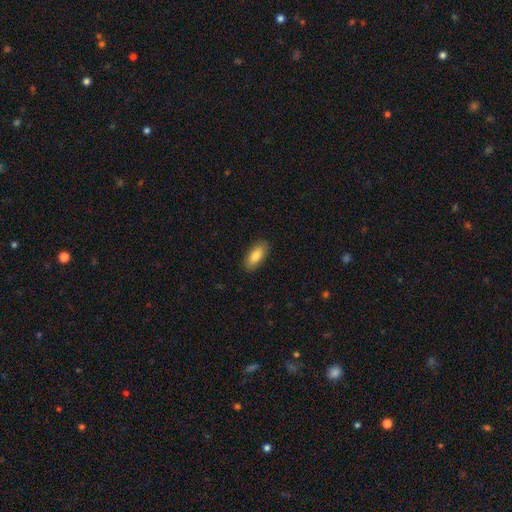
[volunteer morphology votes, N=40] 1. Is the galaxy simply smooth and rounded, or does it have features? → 82% smooth, 12% featured or disk, 5% star or artifact.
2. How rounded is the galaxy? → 79% in between, 21% cigar-shaped, 0% round.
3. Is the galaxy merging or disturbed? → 84% none, 13% minor disturbance, 3% major disturbance, 0% merger.